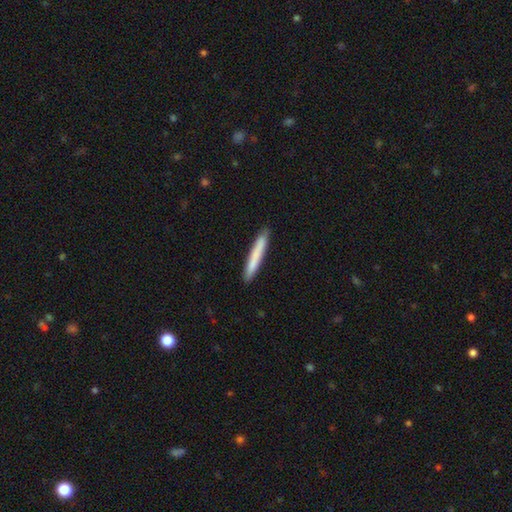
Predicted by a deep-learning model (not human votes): A smooth galaxy with no disk features (77%) that is cigar-shaped (96%). Merging: none (91%).